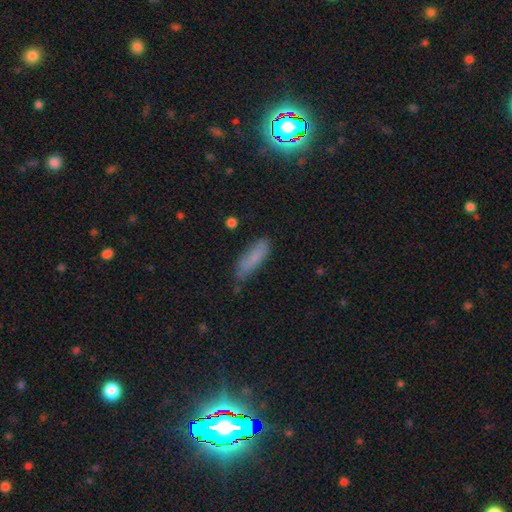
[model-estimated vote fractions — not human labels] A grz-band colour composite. It shows a smooth galaxy with no disk features (81%) that is cigar-shaped (53%). Merging: none (64%).